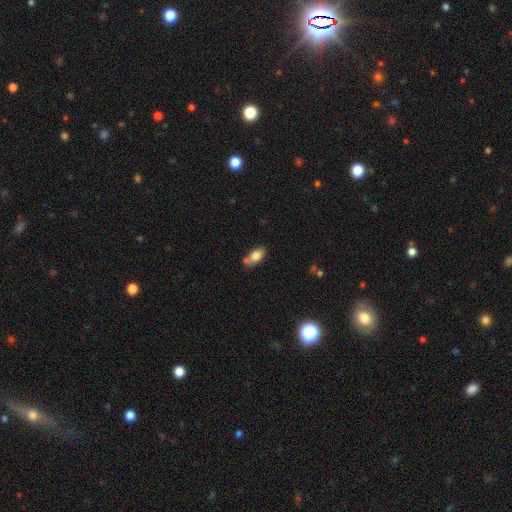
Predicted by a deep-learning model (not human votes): The model was most divided on "merging": none: 58%, minor disturbance: 20%, merger: 18%, major disturbance: 4%. More confident: how rounded — in between (89%); smooth or featured — smooth (80%).